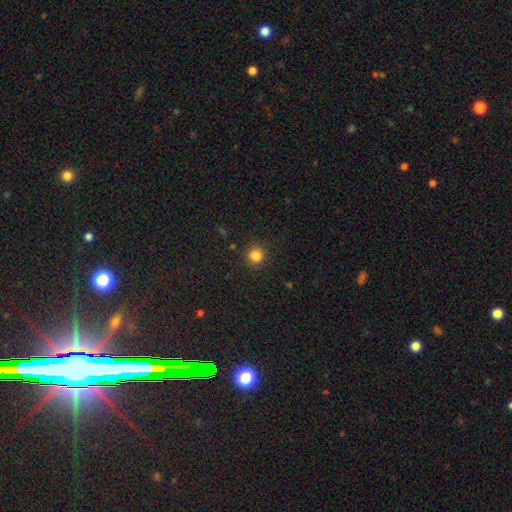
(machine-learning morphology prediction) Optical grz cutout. It shows a smooth galaxy with no disk features (84%) that is round (84%). Merging: none (85%).